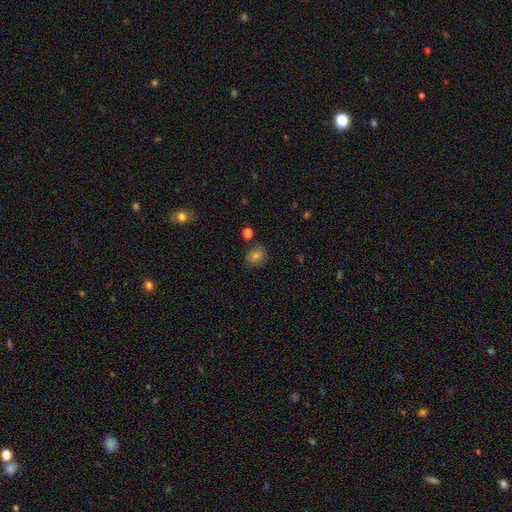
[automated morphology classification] Smooth or featured? smooth (70%)
How rounded? round (74%)
Merging? none (80%)